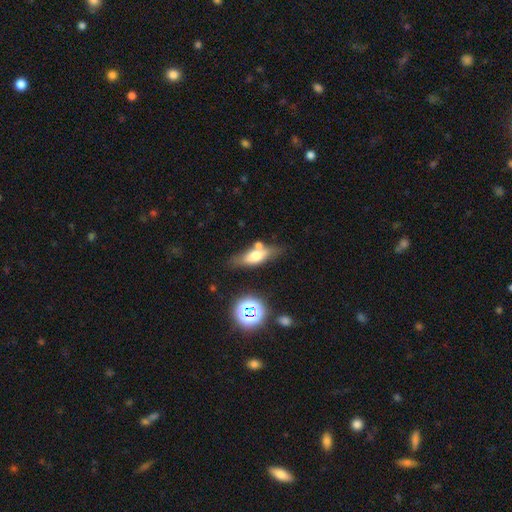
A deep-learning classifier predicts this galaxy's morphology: A smooth galaxy with no disk features (53%) that is in between round and cigar-shaped (58%).

Vote fractions:
- Smooth or featured? smooth: 53% / featured or disk: 36% / star or artifact: 11%
- How rounded? in between: 58% / cigar-shaped: 36% / round: 5%
- Merging? none: 63% / minor disturbance: 17% / merger: 14% / major disturbance: 5%